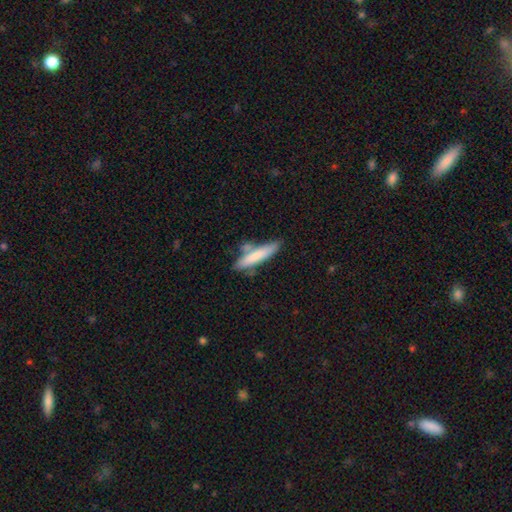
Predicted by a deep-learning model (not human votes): Morphology: type=smooth (74%); roundness=cigar-shaped (85%); merging=none (64%).